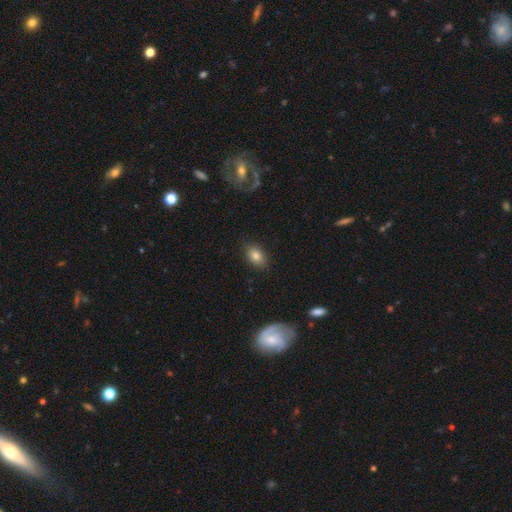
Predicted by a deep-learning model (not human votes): This appears to be a smooth galaxy with no disk features (81%) that is in between round and cigar-shaped (83%). Merging: none (85%).